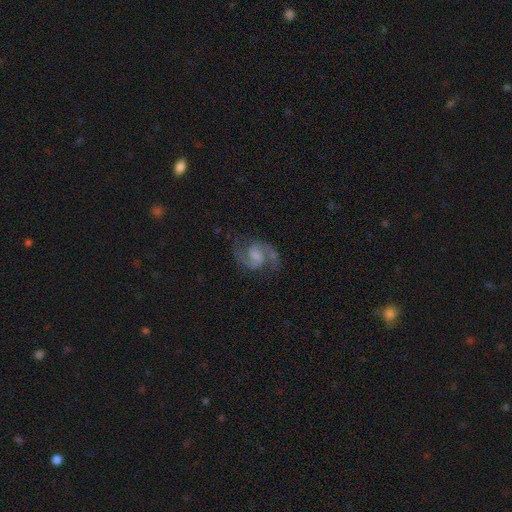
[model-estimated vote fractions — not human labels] This appears to be a featured or disk galaxy (89%) with a weak bar (53%), 2 (94%) medium (62%) spiral arms (97%) and no central bulge (40%). Merging: none (75%).